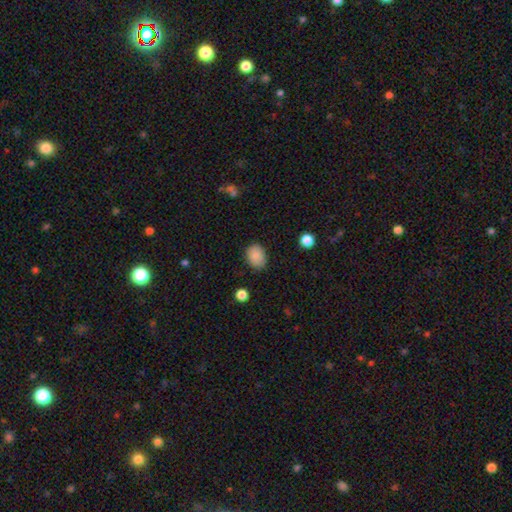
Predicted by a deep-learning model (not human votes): Smooth or featured: smooth — 87% (star or artifact — 8%)
How rounded: in between — 68% (round — 31%)
Merging: none — 82% (minor disturbance — 14%)